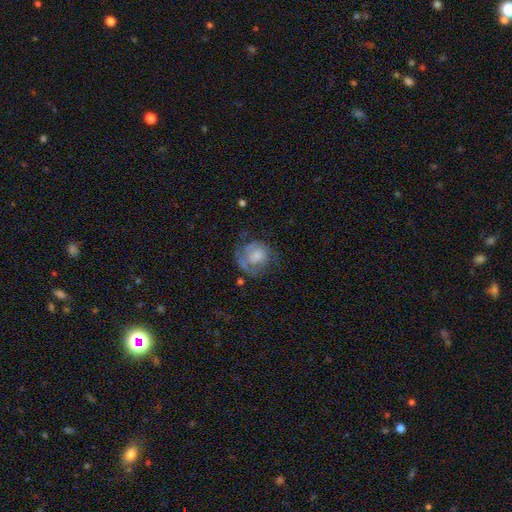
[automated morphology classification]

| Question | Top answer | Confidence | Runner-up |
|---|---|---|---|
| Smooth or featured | featured or disk | 47% | smooth (45%) |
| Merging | none | 47% | major disturbance (26%) |